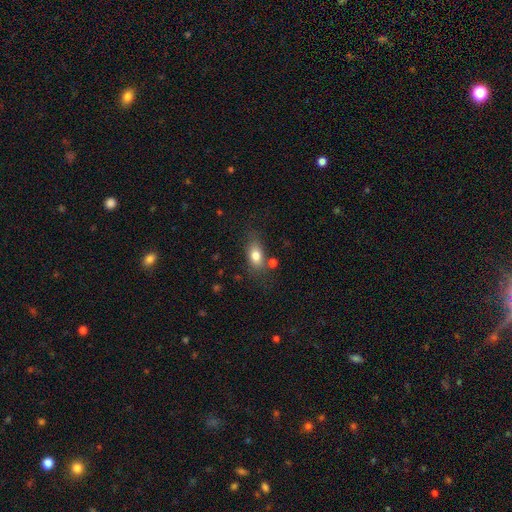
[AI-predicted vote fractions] This is likely a smooth galaxy (79%). How rounded: clearly in between (82%). Merging: likely none (67%).